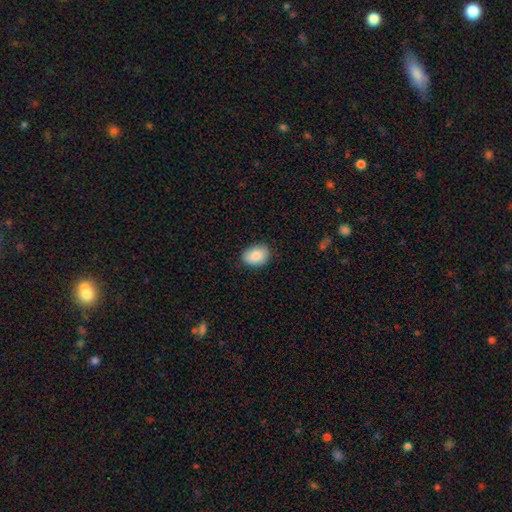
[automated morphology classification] Smooth or featured: smooth — 87% (star or artifact — 7%)
How rounded: in between — 78% (round — 21%)
Merging: none — 84% (minor disturbance — 13%)